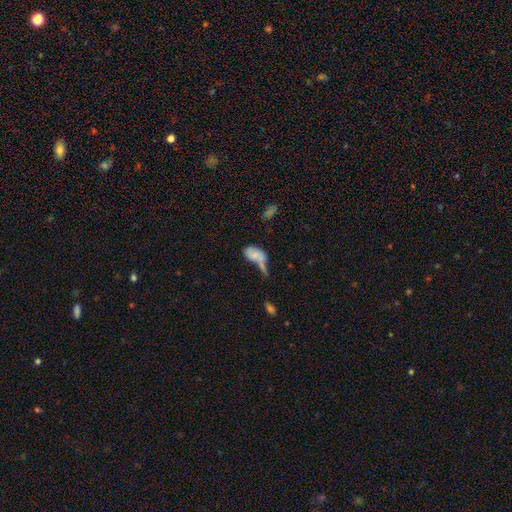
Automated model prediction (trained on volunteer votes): smooth 67%, featured or disk 23%, star or artifact 10%. Down the decision tree: how rounded — in between (89%); merging — merger (39%).